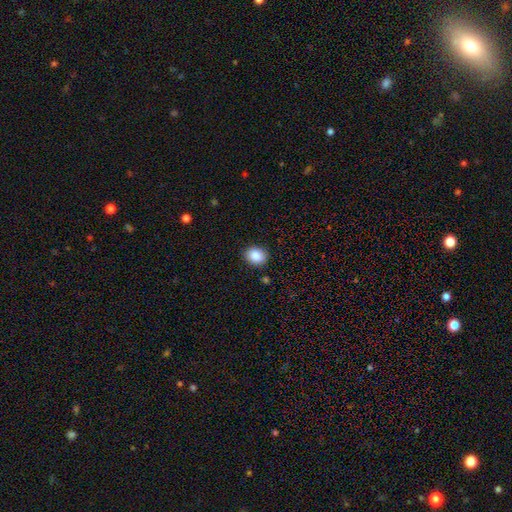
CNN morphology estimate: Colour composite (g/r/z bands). It shows a smooth galaxy with no disk features (87%) that is round (55%). Merging: none (88%).